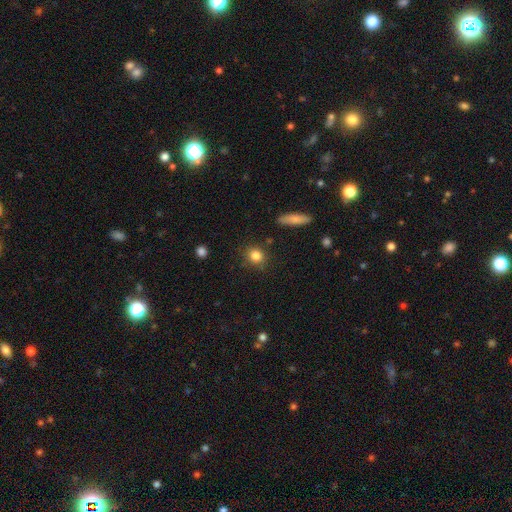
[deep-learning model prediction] Morphology: type=smooth (84%); roundness=round (79%); merging=none (85%).